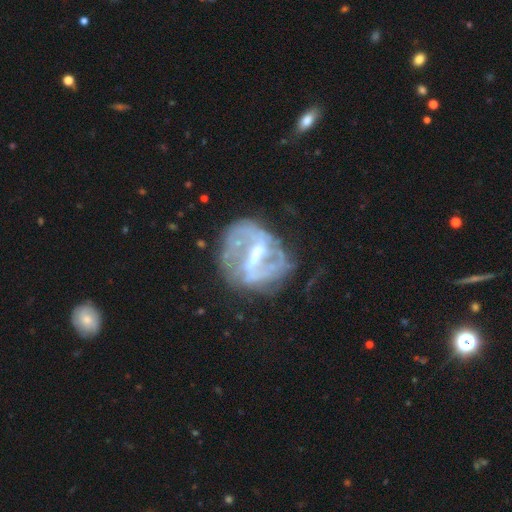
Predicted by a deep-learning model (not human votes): A featured or disk galaxy (81%) with a strong bar (53%), 2 (57%) medium (39%) spiral arms (73%) and a small central bulge (45%). Merging: none (56%).